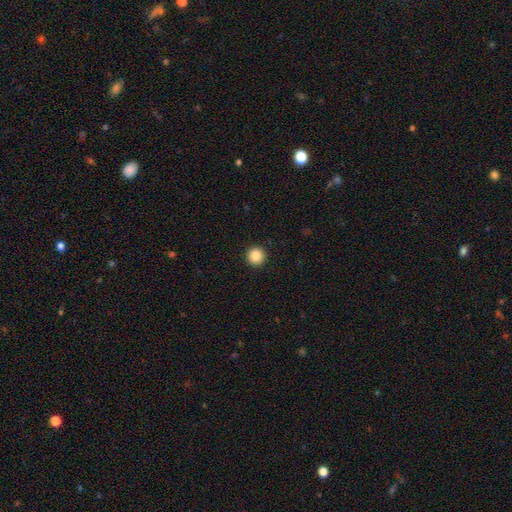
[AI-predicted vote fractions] smooth_or_featured: smooth (p=0.87) [alt: star or artifact p=0.10]
how_rounded: round (p=0.96) [alt: in between p=0.04]
merging: none (p=0.93) [alt: minor disturbance p=0.04]